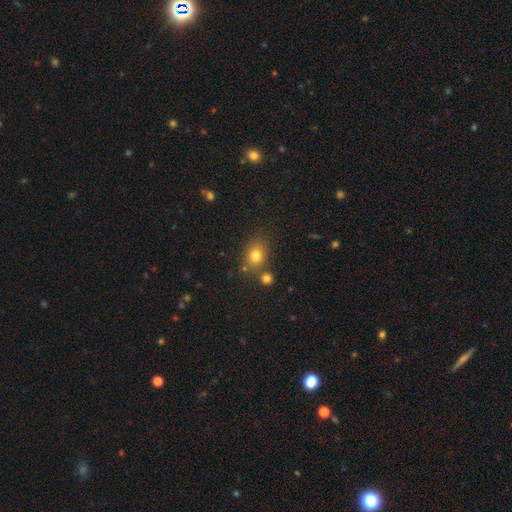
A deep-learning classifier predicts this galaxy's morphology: Smooth or featured?
  - smooth: 79% *
  - star or artifact: 13%
  - featured or disk: 9%
How rounded?
  - round: 51% *
  - in between: 48%
  - cigar-shaped: 1%
Merging?
  - none: 69% *
  - merger: 13%
  - minor disturbance: 13%
  - major disturbance: 4%